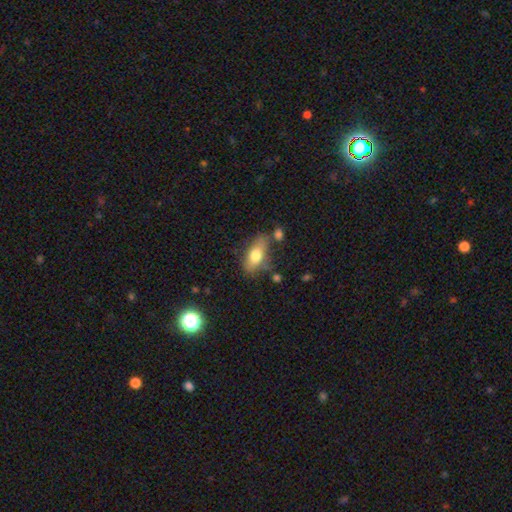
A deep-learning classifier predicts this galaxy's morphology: Smooth or featured? Predicted: smooth (p=0.68). How rounded? Predicted: in between (p=0.82). Merging? Predicted: none (p=0.62).